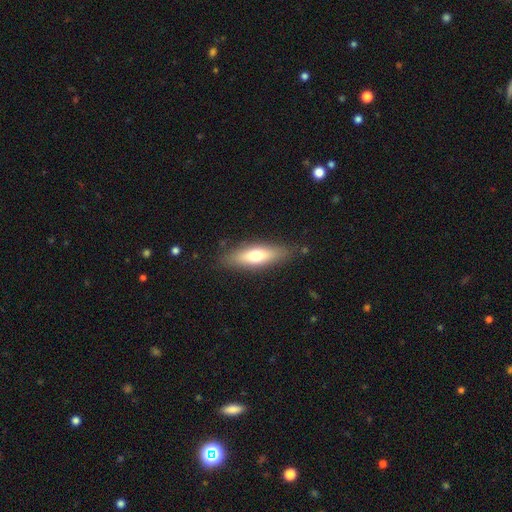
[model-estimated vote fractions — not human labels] Smooth or featured?
  - smooth: 62% *
  - featured or disk: 31%
  - star or artifact: 7%
How rounded?
  - in between: 49% * (tied)
  - cigar-shaped: 49% * (tied)
  - round: 2%
Merging?
  - none: 84% *
  - minor disturbance: 12%
  - major disturbance: 3%
  - merger: 1%